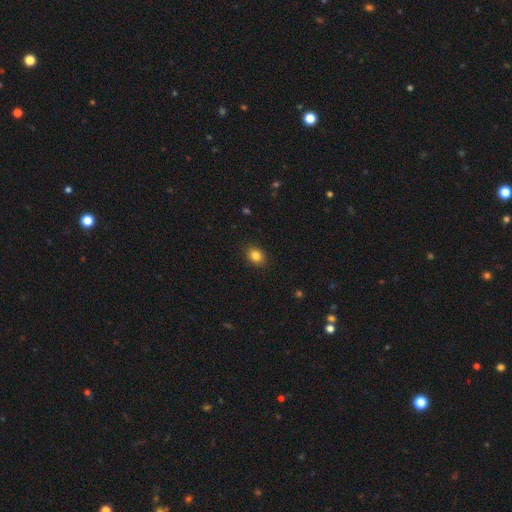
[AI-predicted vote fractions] Smooth or featured: smooth — 85% (star or artifact — 10%)
How rounded: in between — 56% (round — 43%)
Merging: none — 88% (minor disturbance — 9%)